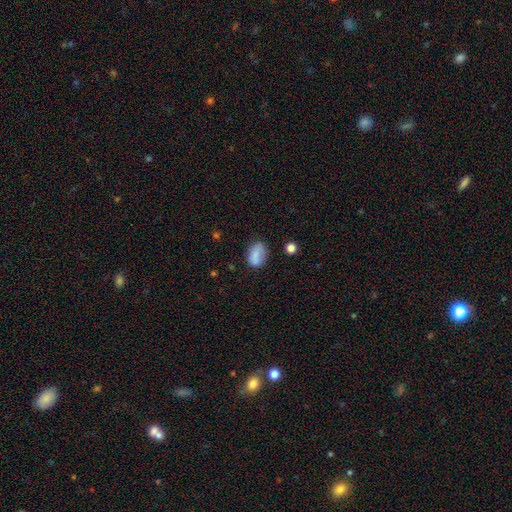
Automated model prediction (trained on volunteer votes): smooth 80%, featured or disk 11%, star or artifact 9%. Down the decision tree: how rounded — in between (85%); merging — none (67%).